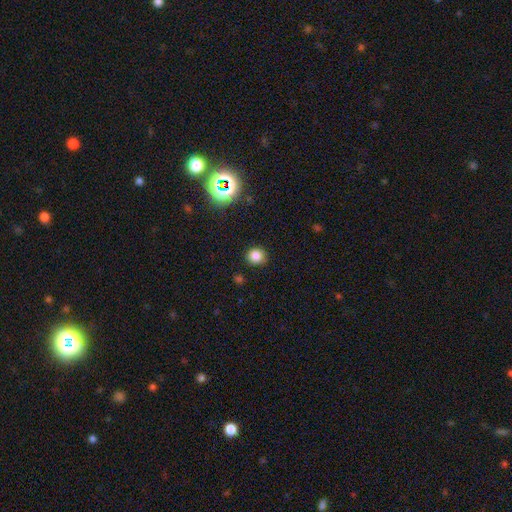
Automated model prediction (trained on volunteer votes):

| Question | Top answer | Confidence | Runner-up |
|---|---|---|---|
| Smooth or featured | smooth | 81% | star or artifact (14%) |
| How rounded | round | 84% | in between (15%) |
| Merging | none | 88% | minor disturbance (8%) |